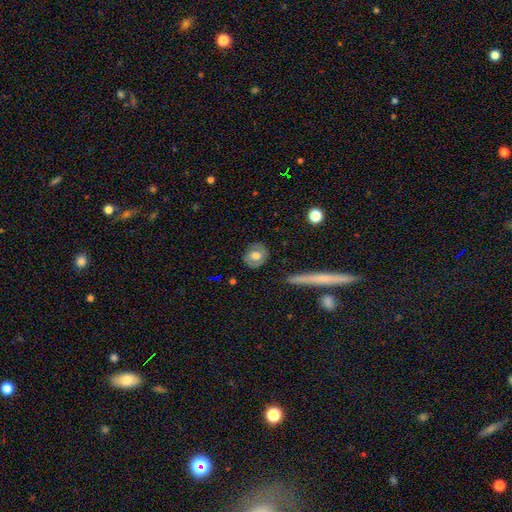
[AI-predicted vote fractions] A smooth galaxy with no disk features (61%) that is round (67%).

Vote fractions:
- Smooth or featured? smooth: 61% / featured or disk: 32% / star or artifact: 7%
- How rounded? round: 67% / in between: 31% / cigar-shaped: 2%
- Merging? none: 83% / minor disturbance: 12% / major disturbance: 4% / merger: 2%